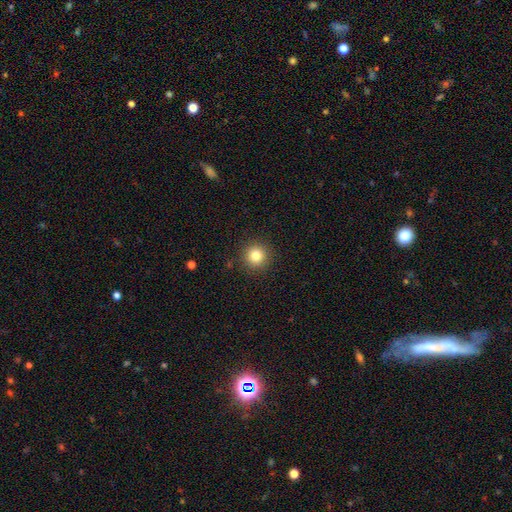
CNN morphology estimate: smooth_or_featured: smooth (p=0.81) [alt: star or artifact p=0.12]
how_rounded: round (p=0.95) [alt: in between p=0.04]
merging: none (p=0.91) [alt: minor disturbance p=0.06]